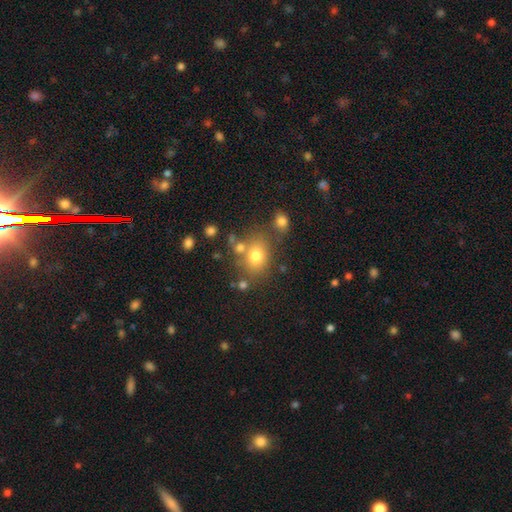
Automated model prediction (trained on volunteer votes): Smooth or featured? smooth (75%)
How rounded? round (51%)
Merging? none (64%)